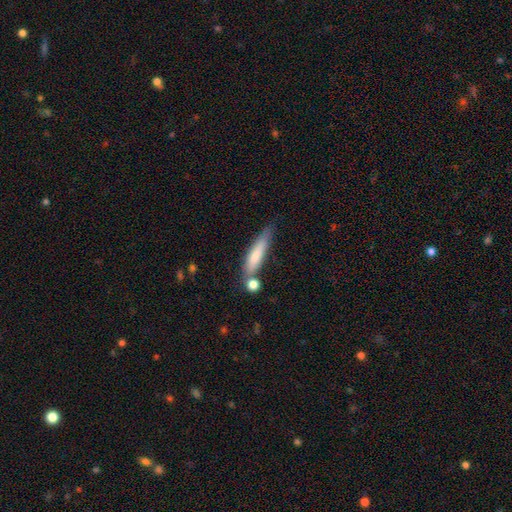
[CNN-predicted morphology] smooth-or-featured: smooth: 73% | featured or disk: 21% | star or artifact: 6%
  how-rounded: cigar-shaped: 79% | in between: 19% | round: 2%
  merging: none: 56% | minor disturbance: 21% | merger: 16% | major disturbance: 7%